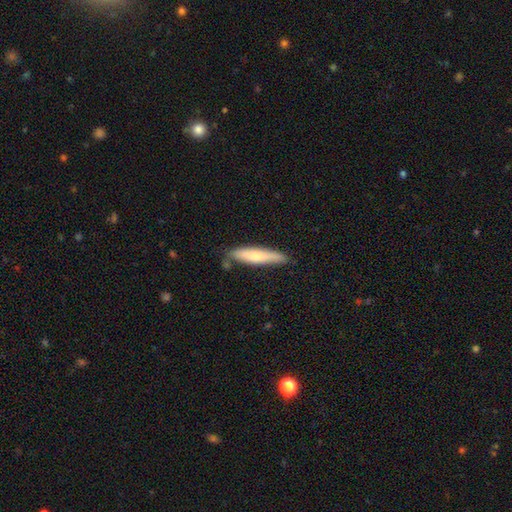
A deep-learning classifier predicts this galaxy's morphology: Smooth or featured?
  - smooth: 70% *
  - featured or disk: 24%
  - star or artifact: 6%
How rounded?
  - cigar-shaped: 87% *
  - in between: 12%
  - round: 1%
Merging?
  - none: 77% *
  - minor disturbance: 16%
  - merger: 4%
  - major disturbance: 3%